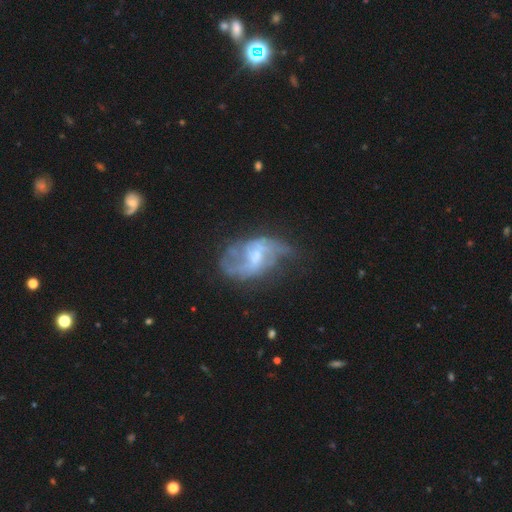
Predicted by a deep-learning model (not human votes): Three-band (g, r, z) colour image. It shows a featured or disk galaxy (81%) with a weak bar (51%), 2 (68%) loose (48%) spiral arms (87%) and a small central bulge (55%). Merging: none (48%).